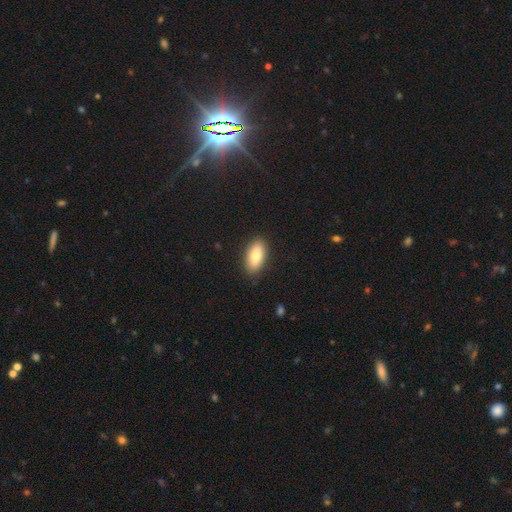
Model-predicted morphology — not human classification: smooth_or_featured: smooth (p=0.79) [alt: featured or disk p=0.15]
how_rounded: in between (p=0.92) [alt: cigar-shaped p=0.05]
merging: none (p=0.86) [alt: minor disturbance p=0.10]